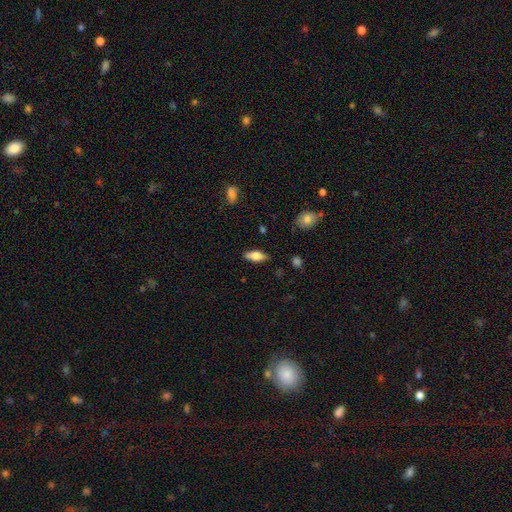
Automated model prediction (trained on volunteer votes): This appears to be a smooth galaxy with no disk features (70%) that is in between round and cigar-shaped (78%). Merging: none (84%).